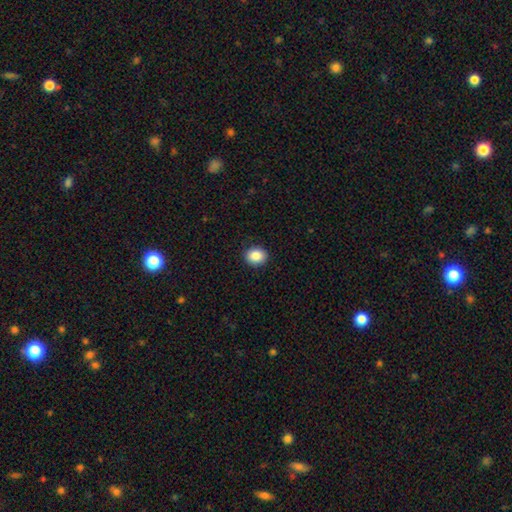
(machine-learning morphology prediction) smooth-or-featured: smooth: 87% | star or artifact: 8% | featured or disk: 4%
  how-rounded: round: 61% | in between: 38% | cigar-shaped: 1%
  merging: none: 90% | minor disturbance: 7% | major disturbance: 2% | merger: 1%